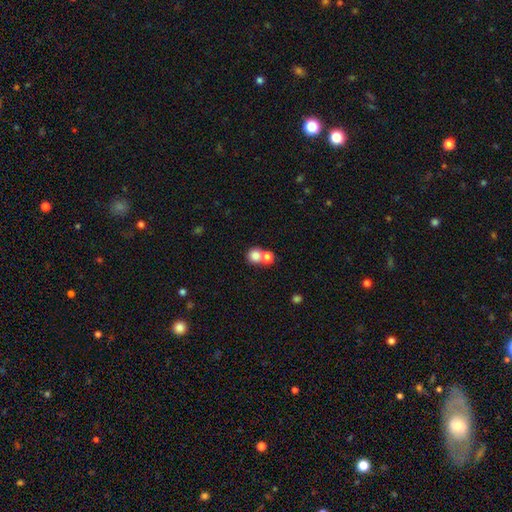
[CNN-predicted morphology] type=smooth (79%); roundness=round (86%); merging=merger (52%).